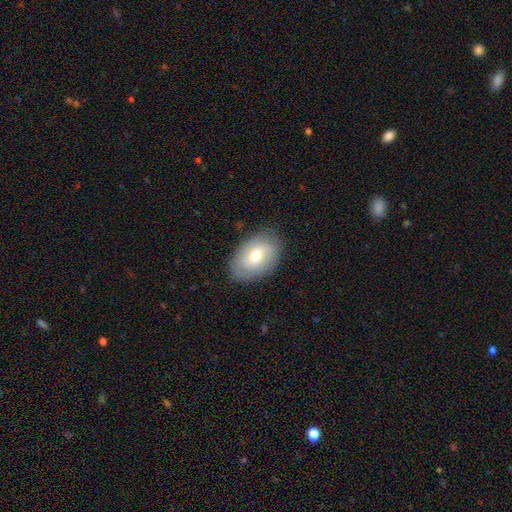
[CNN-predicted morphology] Overall: smooth (54%; featured or disk 39%). How rounded: in between (84%). Merging: none (81%).